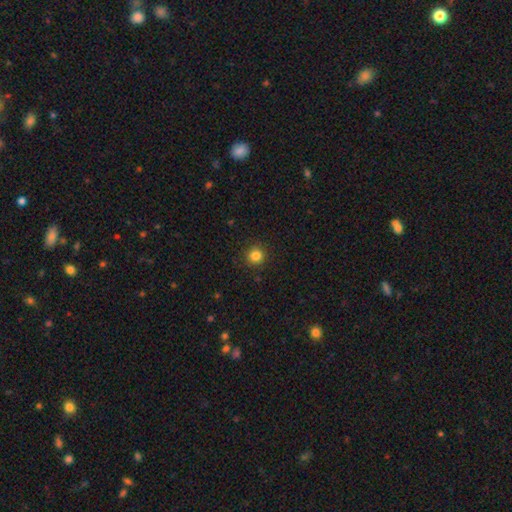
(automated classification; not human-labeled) Smooth or featured? Predicted: smooth (p=0.83). How rounded? Predicted: round (p=0.93). Merging? Predicted: none (p=0.91).